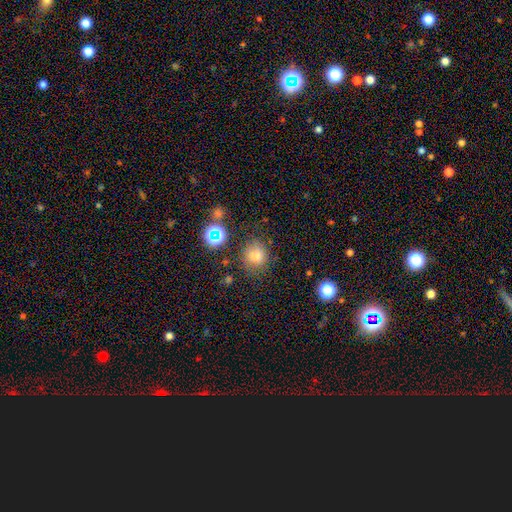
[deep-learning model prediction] Smooth or featured?
  - smooth: 72% *
  - star or artifact: 17%
  - featured or disk: 11%
How rounded?
  - round: 73% *
  - in between: 26%
  - cigar-shaped: 1%
Merging?
  - none: 74% *
  - minor disturbance: 16%
  - major disturbance: 6%
  - merger: 4%